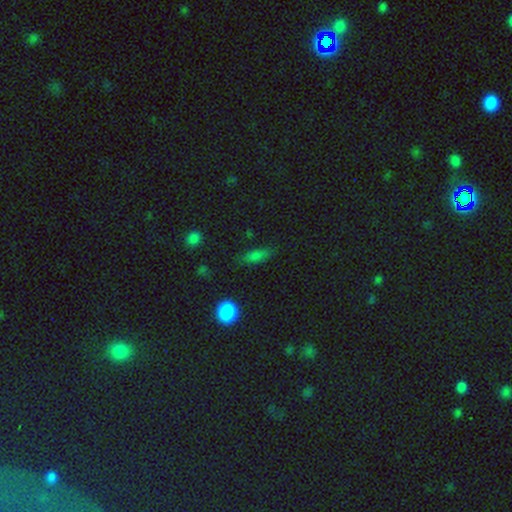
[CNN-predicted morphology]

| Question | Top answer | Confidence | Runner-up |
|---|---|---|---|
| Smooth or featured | smooth | 73% | star or artifact (16%) |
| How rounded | in between | 62% | cigar-shaped (29%) |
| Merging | none | 78% | minor disturbance (15%) |